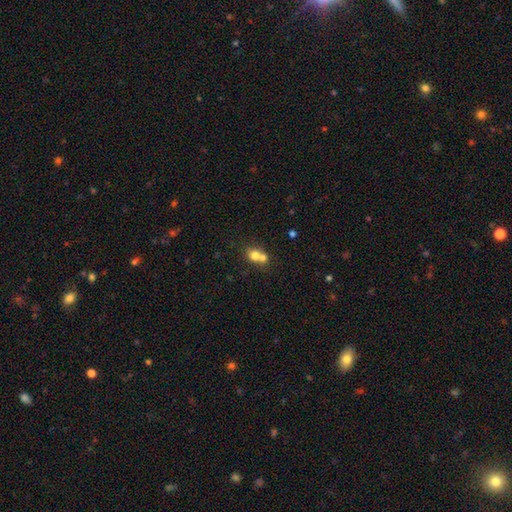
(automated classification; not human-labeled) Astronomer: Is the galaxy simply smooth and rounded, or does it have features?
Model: smooth — 73%.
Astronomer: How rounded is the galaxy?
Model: round — 72%.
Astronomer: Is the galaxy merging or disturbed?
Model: merger — 59%.